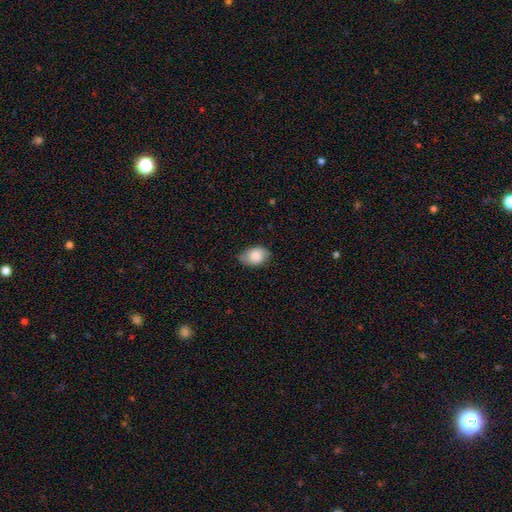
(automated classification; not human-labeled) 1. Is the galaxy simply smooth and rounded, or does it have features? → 87% smooth, 7% star or artifact, 7% featured or disk.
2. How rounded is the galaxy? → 84% in between, 15% round, 1% cigar-shaped.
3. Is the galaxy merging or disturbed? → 69% none, 25% minor disturbance, 4% major disturbance, 1% merger.